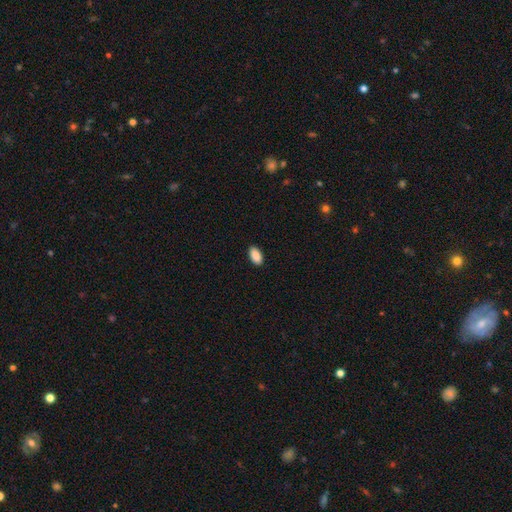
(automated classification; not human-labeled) Smooth or featured? Predicted: smooth (p=0.91). How rounded? Predicted: in between (p=0.94). Merging? Predicted: none (p=0.90).